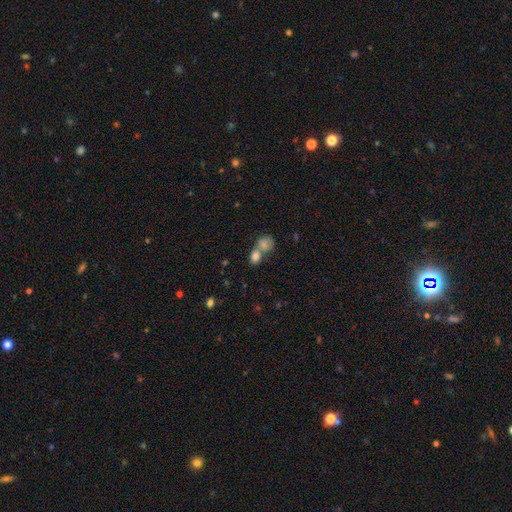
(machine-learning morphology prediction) A smooth galaxy with no disk features (80%) that is in between round and cigar-shaped (59%).

Vote fractions:
- Smooth or featured? smooth: 80% / featured or disk: 11% / star or artifact: 10%
- How rounded? in between: 59% / round: 39% / cigar-shaped: 2%
- Merging? merger: 63% / none: 27% / minor disturbance: 7% / major disturbance: 4%